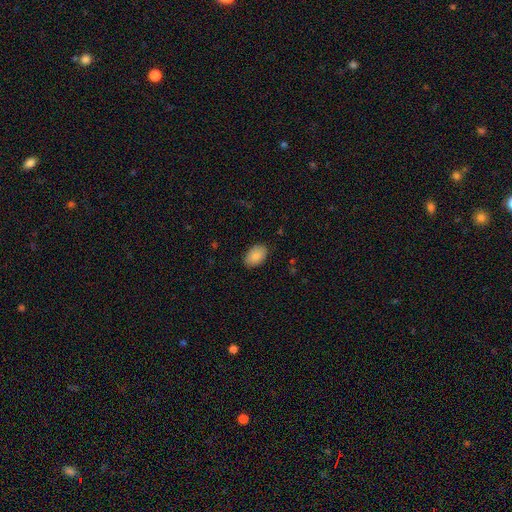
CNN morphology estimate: Q: Smooth or featured?
A: smooth (88%); runner-up: star or artifact (7%)
Q: How rounded?
A: in between (91%); runner-up: round (8%)
Q: Merging?
A: none (86%); runner-up: minor disturbance (10%)